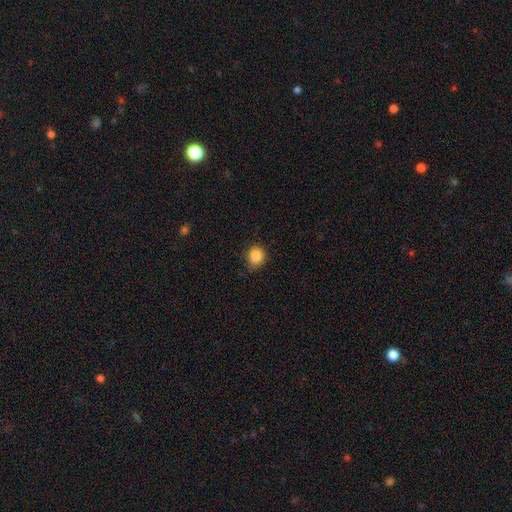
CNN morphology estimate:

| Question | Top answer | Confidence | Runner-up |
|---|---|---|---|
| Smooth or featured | smooth | 86% | star or artifact (10%) |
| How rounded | round | 74% | in between (25%) |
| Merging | none | 66% | minor disturbance (28%) |